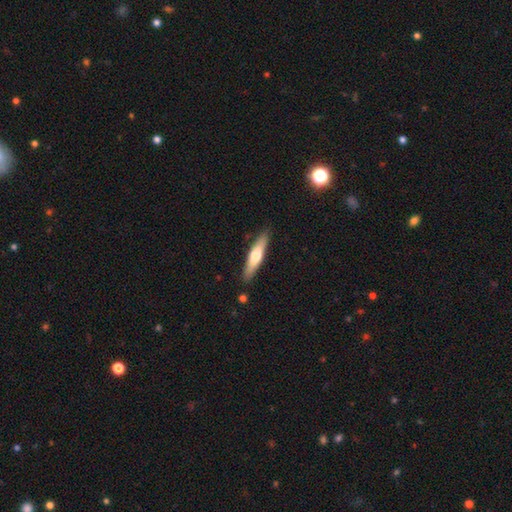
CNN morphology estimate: Smooth or featured? Predicted: smooth (p=0.52). How rounded? Predicted: cigar-shaped (p=0.78). Merging? Predicted: none (p=0.87).